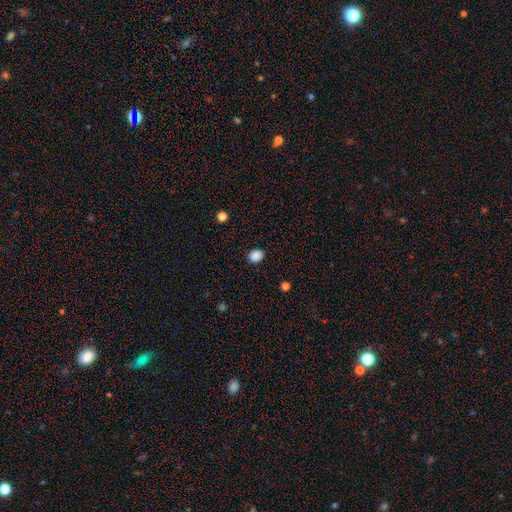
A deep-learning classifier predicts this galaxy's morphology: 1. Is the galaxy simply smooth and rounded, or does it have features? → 88% smooth, 10% star or artifact, 2% featured or disk.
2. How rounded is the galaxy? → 52% round, 47% in between, 1% cigar-shaped.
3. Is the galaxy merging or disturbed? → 89% none, 8% minor disturbance, 2% major disturbance, 1% merger.